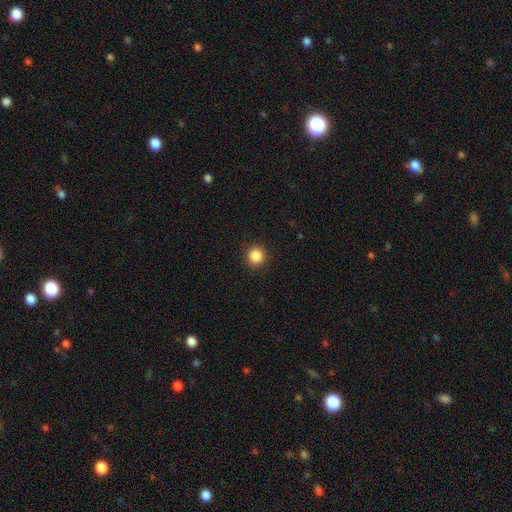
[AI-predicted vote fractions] Smooth or featured? smooth (86%)
How rounded? round (92%)
Merging? none (92%)